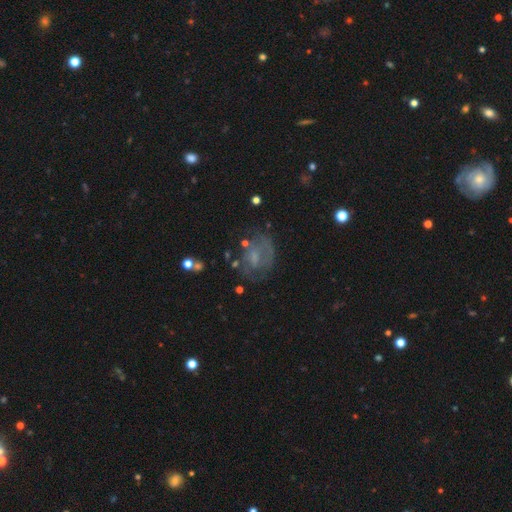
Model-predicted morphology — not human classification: Smooth or featured? Predicted: featured or disk (p=0.55). Edge-on disk? Predicted: no (p=0.96). Bar? Predicted: no (p=0.53). Spiral arms? Predicted: yes (p=0.56). Bulge size? Predicted: small (p=0.36). Merging? Predicted: none (p=0.56).